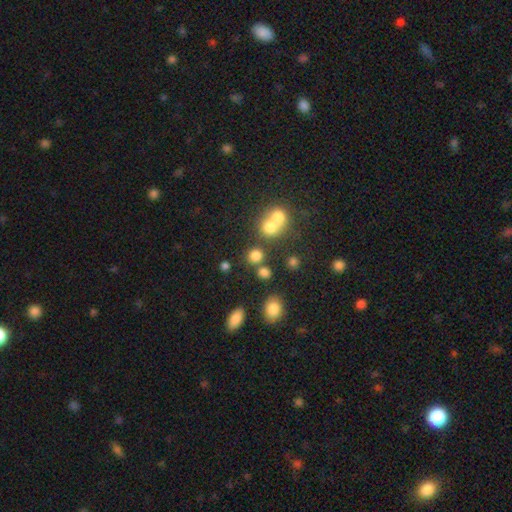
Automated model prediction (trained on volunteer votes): This appears to be a smooth galaxy with no disk features (76%) that is round (83%). Merging: none (63%).